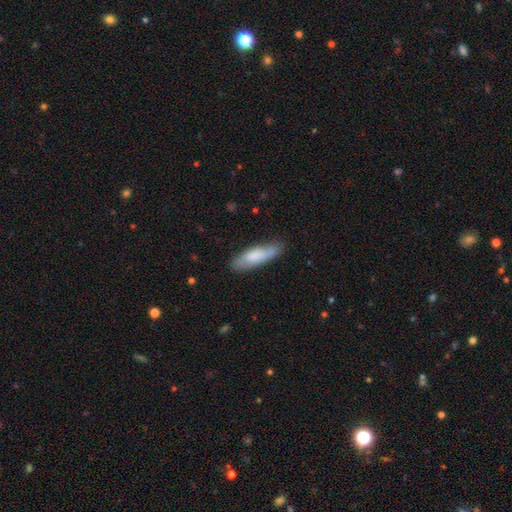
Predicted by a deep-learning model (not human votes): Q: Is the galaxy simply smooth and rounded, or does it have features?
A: smooth — 75%.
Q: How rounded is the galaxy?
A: cigar-shaped — 58%.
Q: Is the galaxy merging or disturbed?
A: none — 73%.